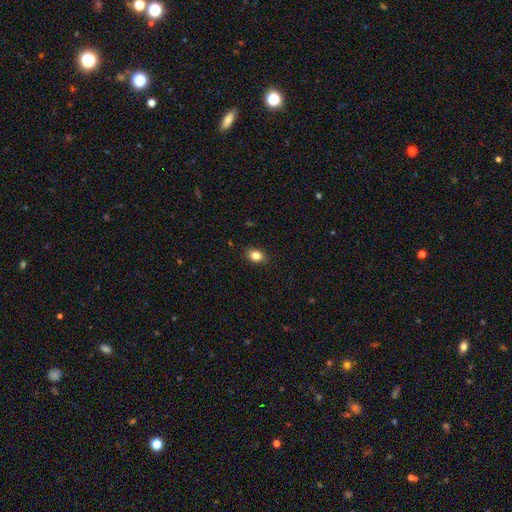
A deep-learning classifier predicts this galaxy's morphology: smooth-or-featured: smooth: 83% | star or artifact: 10% | featured or disk: 7%
  how-rounded: in between: 69% | round: 30% | cigar-shaped: 1%
  merging: none: 88% | minor disturbance: 9% | major disturbance: 2% | merger: 1%